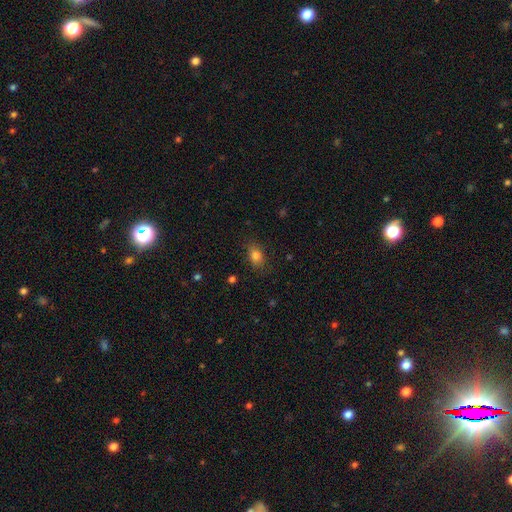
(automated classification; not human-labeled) The model was most divided on "how rounded": in between: 73%, round: 25%, cigar-shaped: 2%. More confident: smooth or featured — smooth (82%); merging — none (80%).